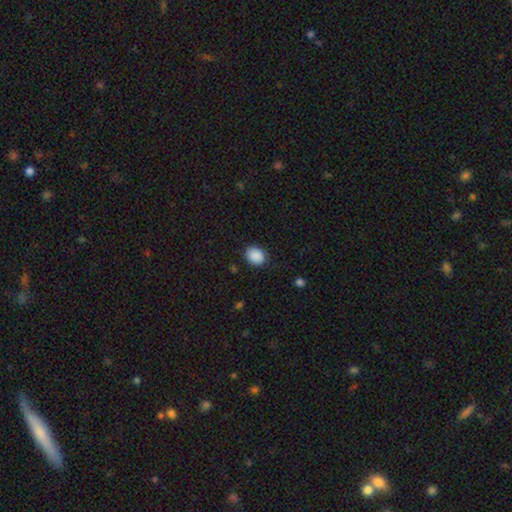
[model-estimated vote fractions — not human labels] smooth_or_featured: smooth (p=0.90) [alt: star or artifact p=0.08]
how_rounded: in between (p=0.54) [alt: round p=0.45]
merging: none (p=0.87) [alt: minor disturbance p=0.10]